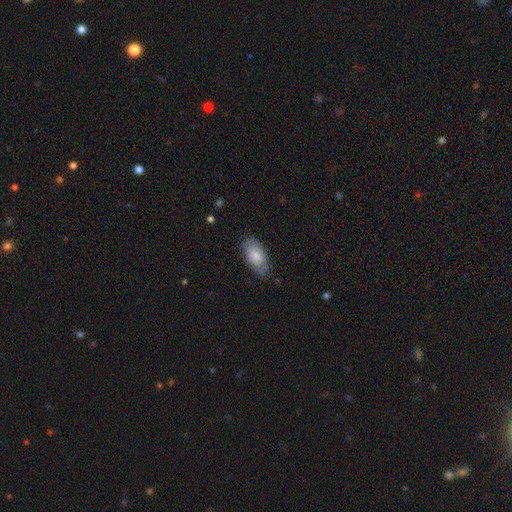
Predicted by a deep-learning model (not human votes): Smooth or featured: smooth — 80% (featured or disk — 15%)
How rounded: in between — 93% (cigar-shaped — 4%)
Merging: none — 70% (minor disturbance — 24%)